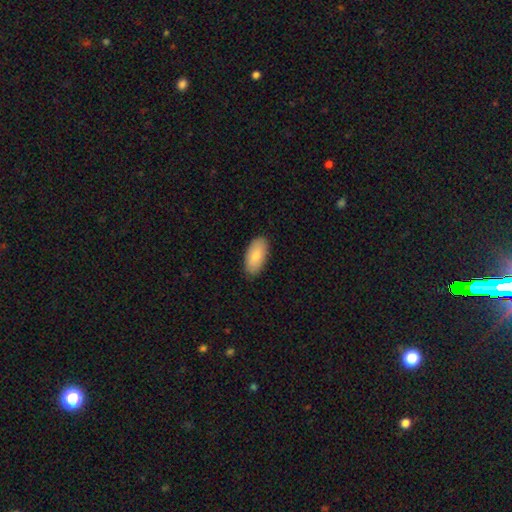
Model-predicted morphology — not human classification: Overall: smooth (86%). How rounded: in between (94%). Merging: none (87%).